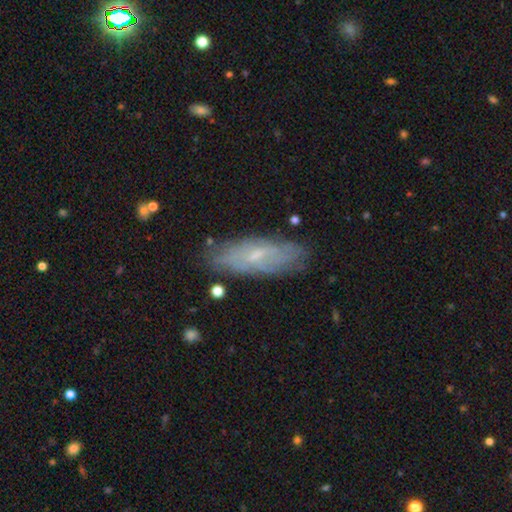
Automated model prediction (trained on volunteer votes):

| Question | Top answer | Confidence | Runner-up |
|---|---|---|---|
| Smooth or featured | featured or disk | 52% | smooth (39%) |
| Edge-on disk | no | 75% | yes (25%) |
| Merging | none | 77% | minor disturbance (17%) |